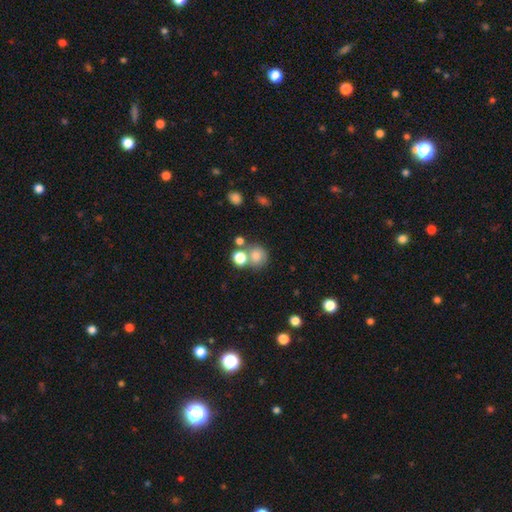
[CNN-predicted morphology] A smooth galaxy with no disk features (76%) that is round (80%).

Vote fractions:
- Smooth or featured? smooth: 76% / star or artifact: 13% / featured or disk: 11%
- How rounded? round: 80% / in between: 19% / cigar-shaped: 1%
- Merging? none: 51% / merger: 31% / minor disturbance: 12% / major disturbance: 6%